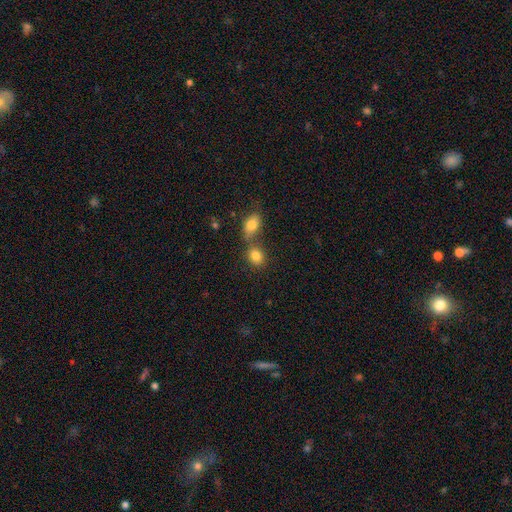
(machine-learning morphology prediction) smooth_or_featured: smooth (p=0.82) [alt: star or artifact p=0.10]
how_rounded: round (p=0.52) [alt: in between p=0.46]
merging: none (p=0.48) [alt: merger p=0.40]